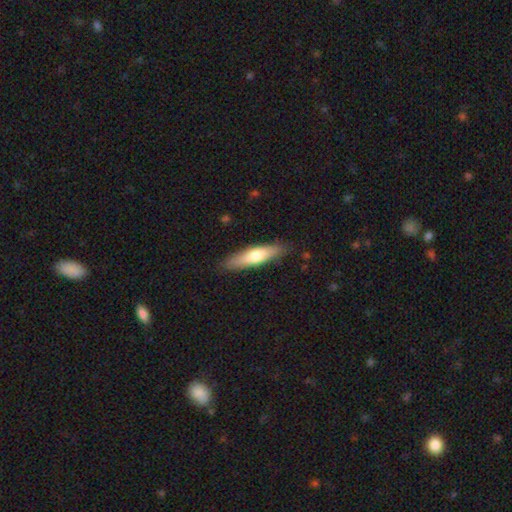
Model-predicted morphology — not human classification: This appears to be a smooth galaxy with no disk features (67%) that is cigar-shaped (71%). Merging: none (86%).